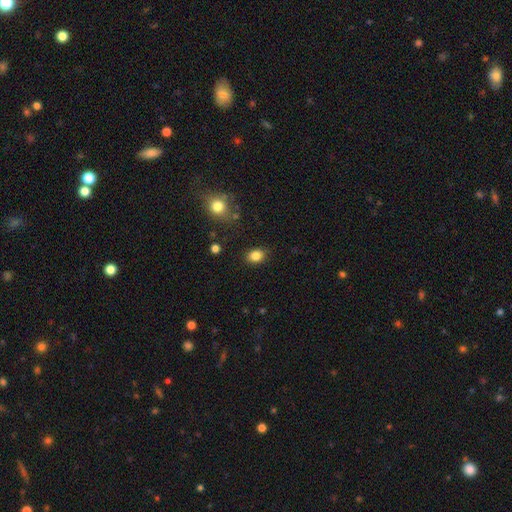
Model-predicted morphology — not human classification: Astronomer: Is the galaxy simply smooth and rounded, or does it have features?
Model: smooth — 85%.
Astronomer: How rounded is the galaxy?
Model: in between — 62%.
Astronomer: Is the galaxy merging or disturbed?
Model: none — 86%.